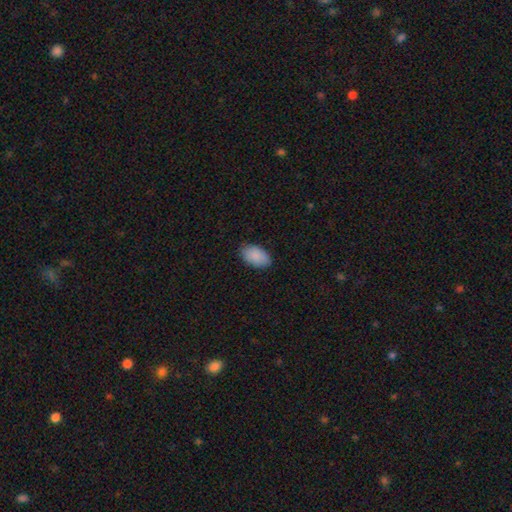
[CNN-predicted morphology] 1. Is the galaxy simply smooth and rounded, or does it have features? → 89% smooth, 6% star or artifact, 5% featured or disk.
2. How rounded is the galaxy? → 94% in between, 4% round, 1% cigar-shaped.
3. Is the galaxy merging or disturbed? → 85% none, 12% minor disturbance, 2% major disturbance, 1% merger.